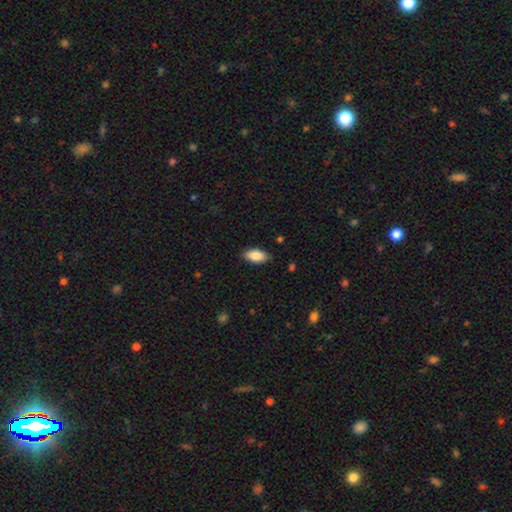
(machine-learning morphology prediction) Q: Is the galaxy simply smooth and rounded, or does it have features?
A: smooth — 85%.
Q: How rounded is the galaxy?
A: in between — 90%.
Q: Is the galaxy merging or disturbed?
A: none — 87%.